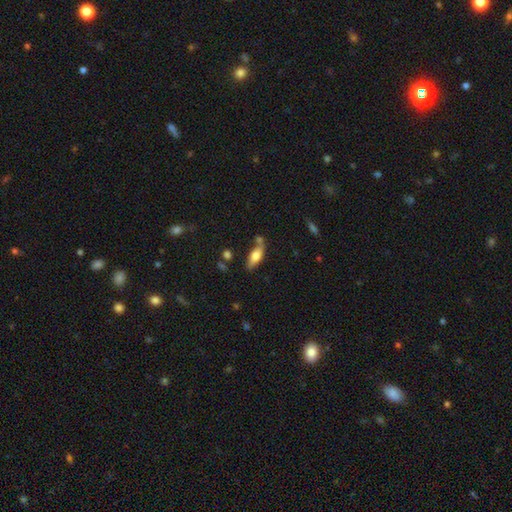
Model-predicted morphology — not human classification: Overall: smooth (67%). How rounded: in between (68%; cigar-shaped 30%). Merging: none (65%).